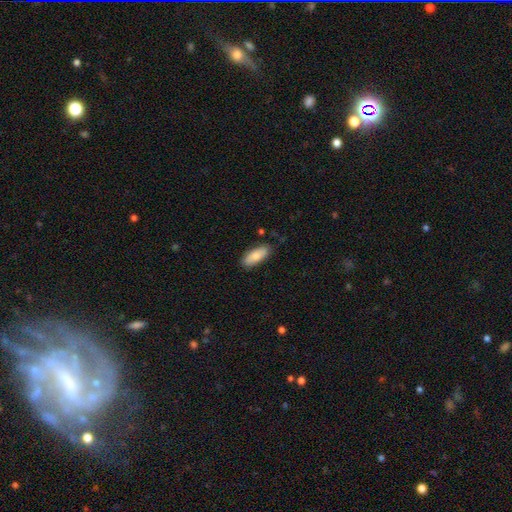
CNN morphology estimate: Overall: smooth (78%). How rounded: in between (82%). Merging: none (81%).